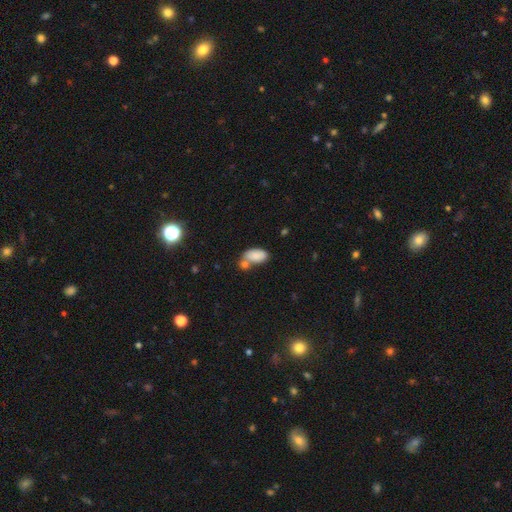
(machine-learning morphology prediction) This appears to be a smooth galaxy with no disk features (85%) that is in between round and cigar-shaped (94%). Merging: none (45%).